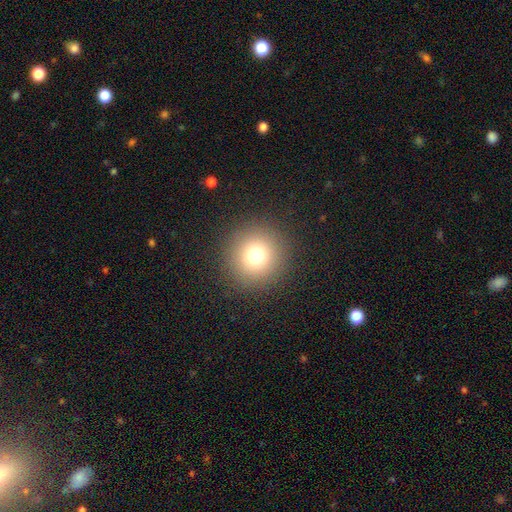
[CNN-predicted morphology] Overall: smooth (75%). How rounded: round (96%). Merging: none (91%).